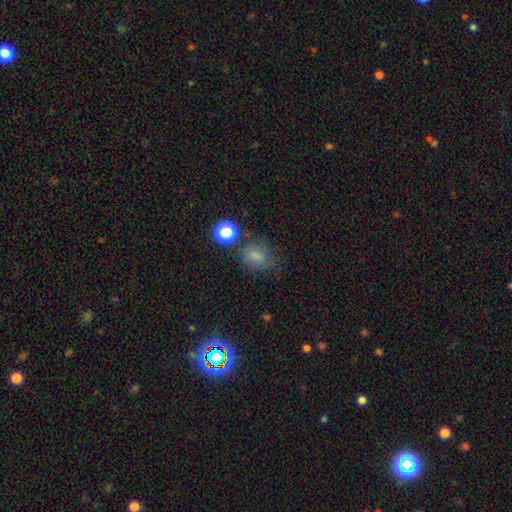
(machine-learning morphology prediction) type=smooth (72%); roundness=round (62%); merging=none (66%).